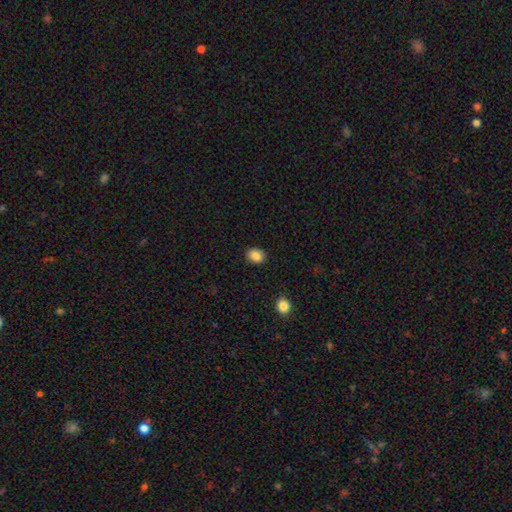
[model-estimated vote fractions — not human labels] A smooth galaxy with no disk features (87%) that is in between round and cigar-shaped (54%). Merging: none (89%).